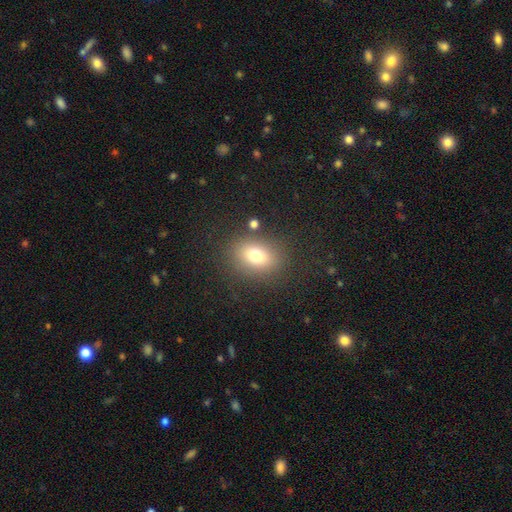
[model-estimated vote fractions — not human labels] Q: Smooth or featured?
A: smooth (74%); runner-up: star or artifact (14%)
Q: How rounded?
A: in between (58%); runner-up: round (40%)
Q: Merging?
A: none (81%); runner-up: minor disturbance (10%)